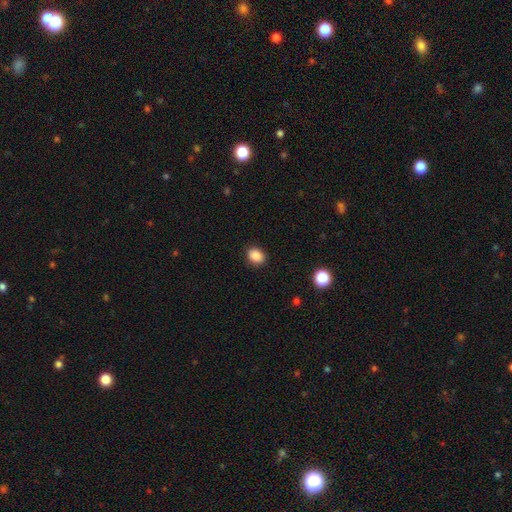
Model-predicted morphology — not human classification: Smooth or featured? Predicted: smooth (p=0.87). How rounded? Predicted: in between (p=0.54). Merging? Predicted: none (p=0.89).